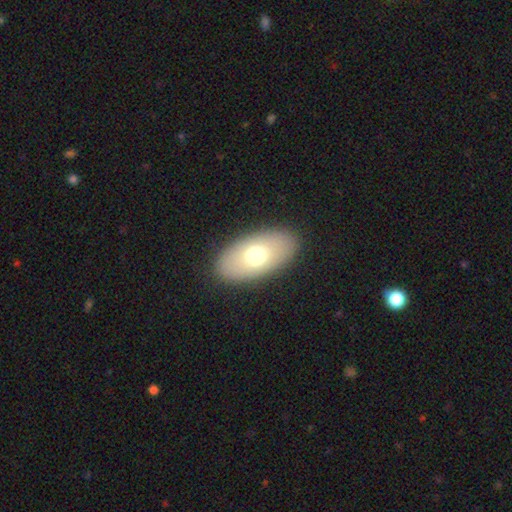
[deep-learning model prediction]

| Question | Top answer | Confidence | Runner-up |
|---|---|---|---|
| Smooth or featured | smooth | 69% | featured or disk (24%) |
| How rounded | in between | 93% | round (4%) |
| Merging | none | 88% | minor disturbance (8%) |